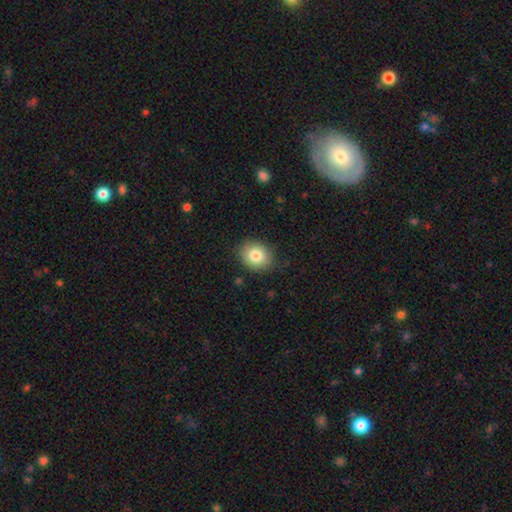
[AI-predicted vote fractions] This is clearly a smooth galaxy (82%). How rounded: likely round (63%). Merging: clearly none (88%).